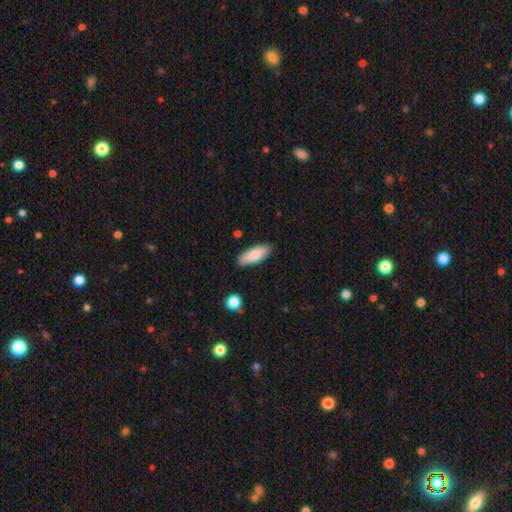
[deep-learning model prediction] smooth 80%, featured or disk 14%, star or artifact 6%. Down the decision tree: how rounded — in between (76%); merging — none (85%).